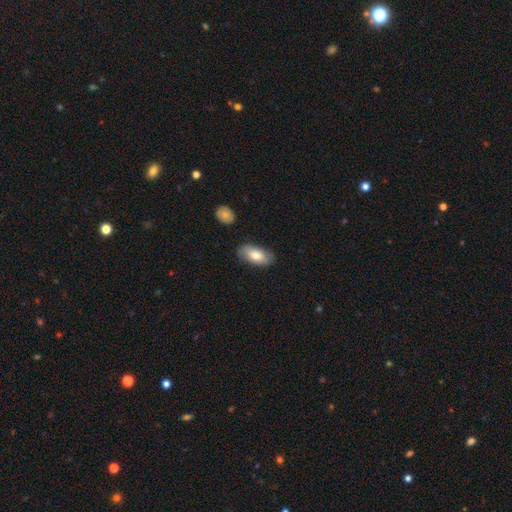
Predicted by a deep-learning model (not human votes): A smooth galaxy with no disk features (75%) that is in between round and cigar-shaped (92%).

Vote fractions:
- Smooth or featured? smooth: 75% / featured or disk: 19% / star or artifact: 6%
- How rounded? in between: 92% / cigar-shaped: 4% / round: 3%
- Merging? none: 83% / minor disturbance: 13% / major disturbance: 3% / merger: 2%